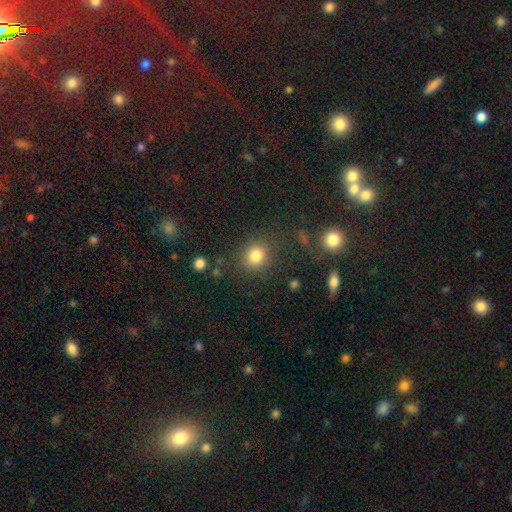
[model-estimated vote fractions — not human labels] This appears to be a smooth galaxy with no disk features (83%) that is round (79%). Merging: none (81%).